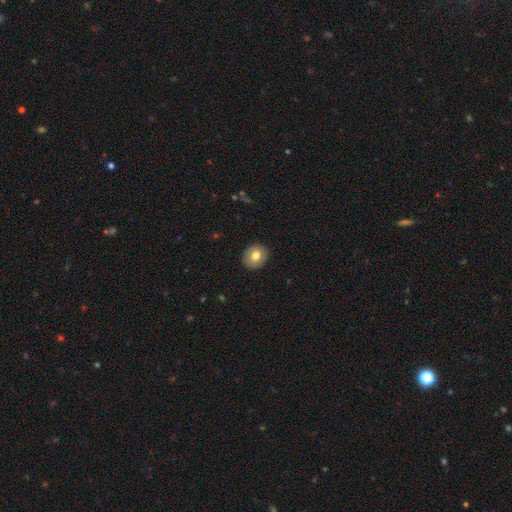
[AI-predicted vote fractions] smooth-or-featured: smooth: 76% | featured or disk: 16% | star or artifact: 8%
  how-rounded: round: 69% | in between: 30% | cigar-shaped: 1%
  merging: none: 90% | minor disturbance: 7% | major disturbance: 2% | merger: 1%